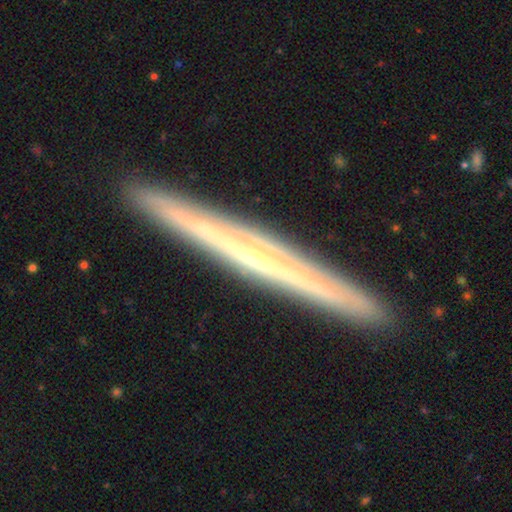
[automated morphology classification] smooth_or_featured: featured or disk (p=0.76) [alt: smooth p=0.18]
disk_edge_on: yes (p=0.97) [alt: no p=0.03]
edge_on_bulge: none (p=0.58) [alt: rounded p=0.36]
merging: none (p=0.92) [alt: minor disturbance p=0.06]